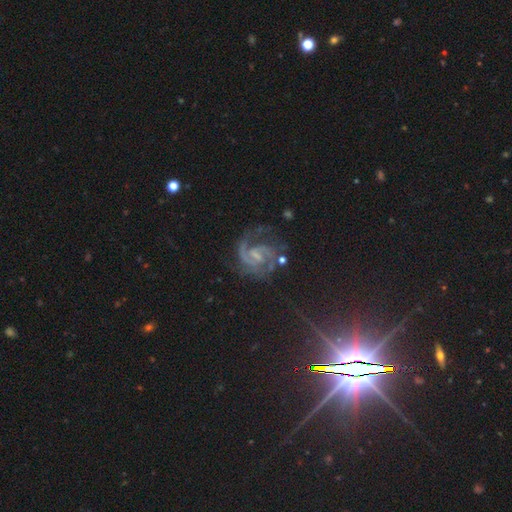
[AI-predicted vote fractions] A featured or disk galaxy (81%) with a weak bar (53%), 2 (78%) medium (53%) spiral arms (97%) and a small central bulge (53%). Merging: none (64%).